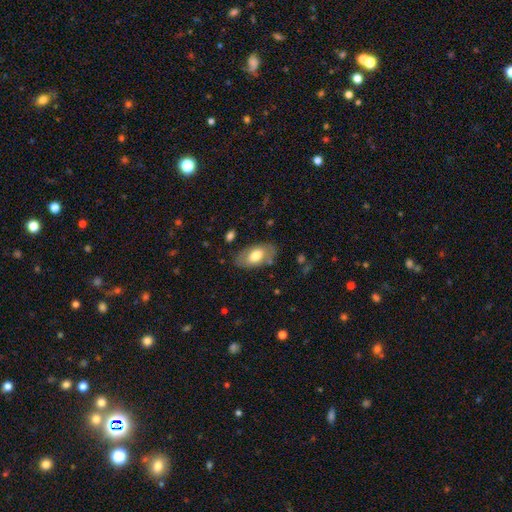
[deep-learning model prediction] Overall: smooth (68%). How rounded: in between (94%). Merging: none (78%).